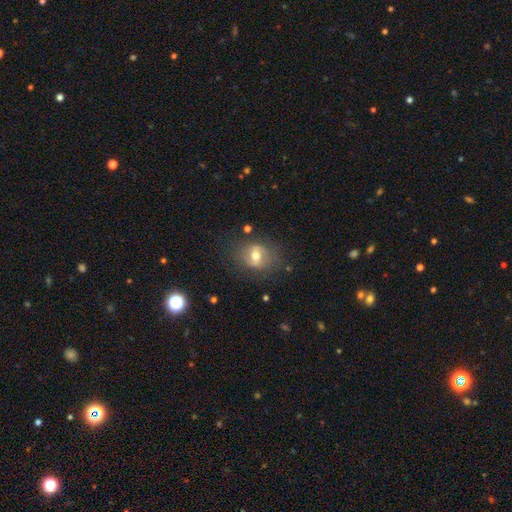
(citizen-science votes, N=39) smooth-or-featured: featured or disk: 51% | smooth: 41% | star or artifact: 8%
  disk-edge-on: no: 90% | yes: 10%
    bar: weak: 56% | strong: 33% | no: 11%
    has-spiral-arms: no: 56% | yes: 44%
    bulge-size: moderate: 78% | large: 17% | small: 6% | dominant: 0% | none: 0%
  merging: none: 83% | minor disturbance: 11% | major disturbance: 6% | merger: 0%